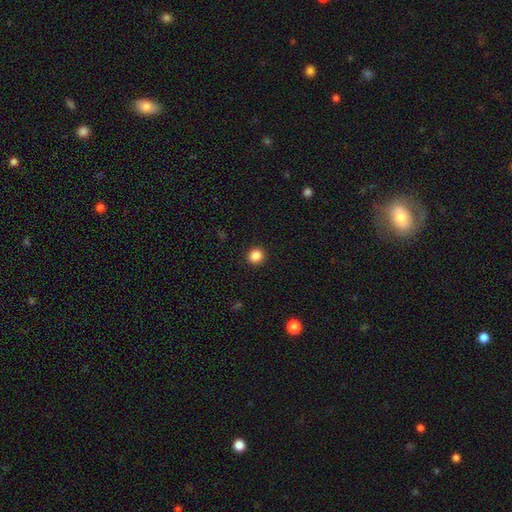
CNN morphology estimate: This appears to be a smooth galaxy with no disk features (86%) that is round (90%). Merging: none (93%).